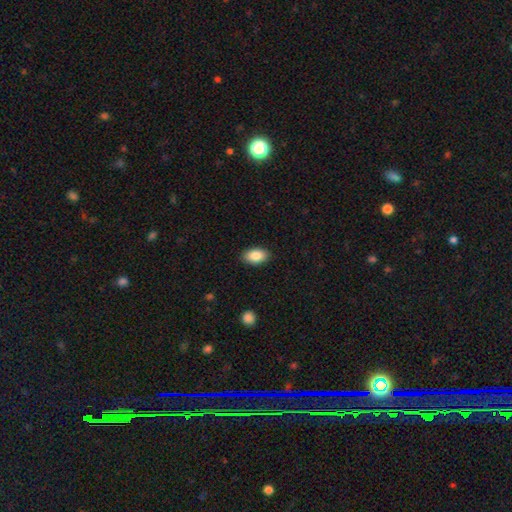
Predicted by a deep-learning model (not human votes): The model was most divided on "merging": none: 88%, minor disturbance: 9%, major disturbance: 2%, merger: 1%. More confident: how rounded — in between (92%); smooth or featured — smooth (87%).